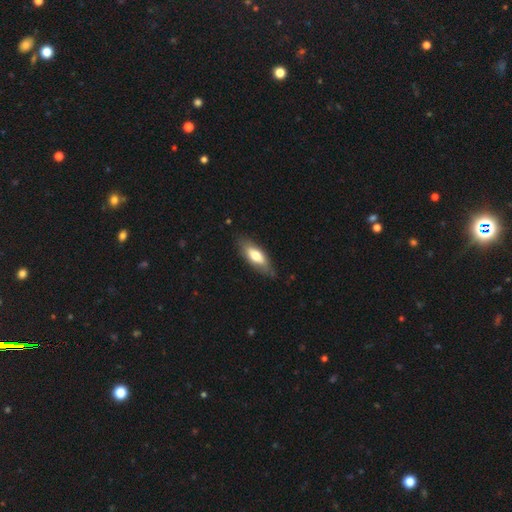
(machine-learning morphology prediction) type=smooth (65%); roundness=in between (72%); merging=none (77%).